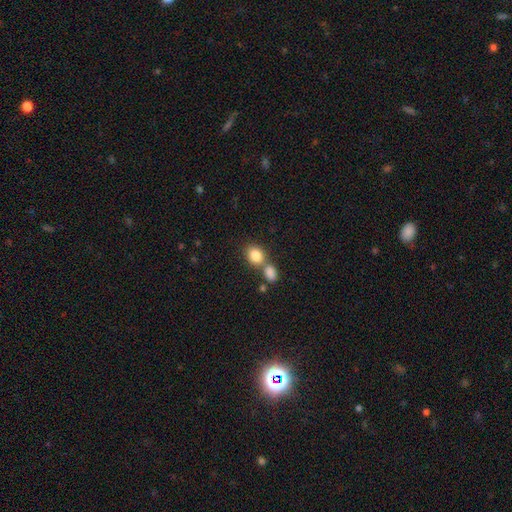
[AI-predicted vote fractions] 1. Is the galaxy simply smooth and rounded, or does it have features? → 84% smooth, 9% star or artifact, 7% featured or disk.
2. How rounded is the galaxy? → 55% in between, 44% round, 1% cigar-shaped.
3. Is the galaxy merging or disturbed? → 44% merger (tied), 44% none (tied), 9% minor disturbance, 3% major disturbance.